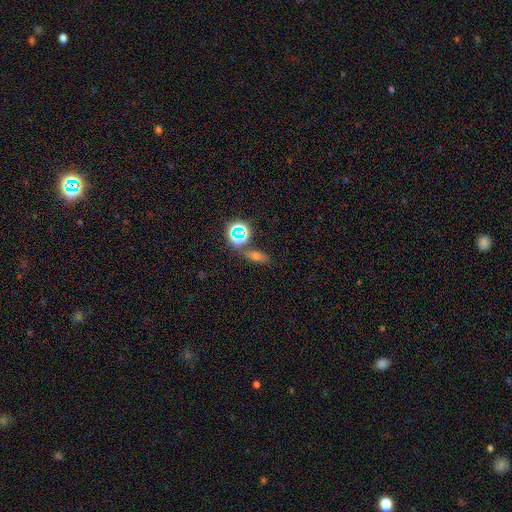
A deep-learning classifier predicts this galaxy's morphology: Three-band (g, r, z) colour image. It shows a smooth galaxy with no disk features (45%). Merging: none (74%).